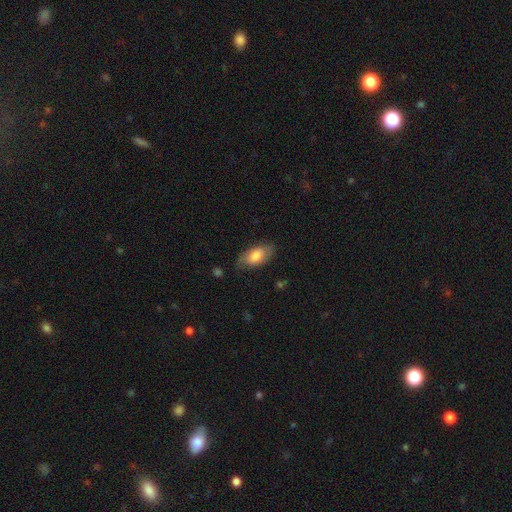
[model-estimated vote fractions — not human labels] smooth-or-featured: smooth: 72% | featured or disk: 22% | star or artifact: 6%
  how-rounded: in between: 92% | cigar-shaped: 5% | round: 3%
  merging: none: 72% | minor disturbance: 21% | major disturbance: 6% | merger: 1%